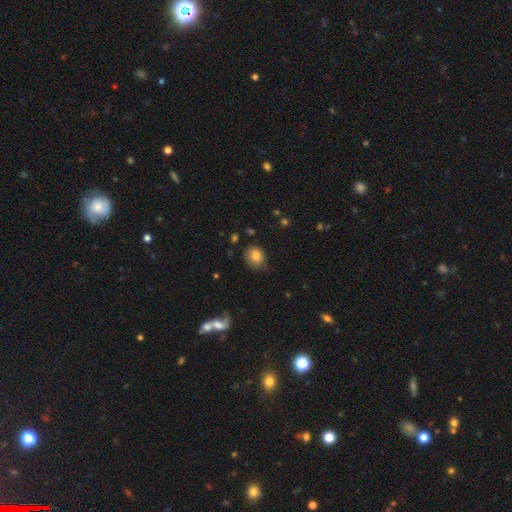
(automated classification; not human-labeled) A smooth galaxy with no disk features (81%) that is round (60%).

Vote fractions:
- Smooth or featured? smooth: 81% / star or artifact: 10% / featured or disk: 9%
- How rounded? round: 60% / in between: 39% / cigar-shaped: 1%
- Merging? none: 70% / minor disturbance: 23% / major disturbance: 5% / merger: 2%